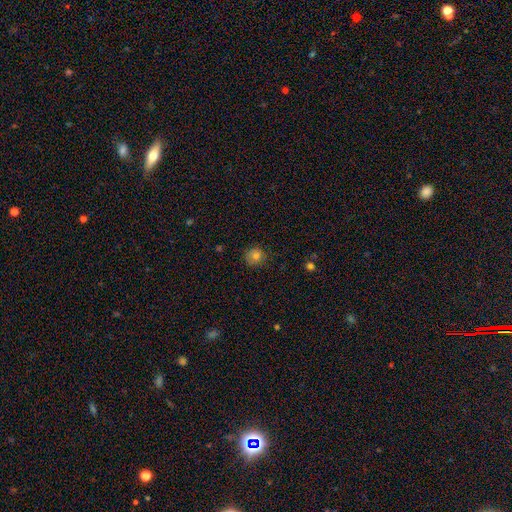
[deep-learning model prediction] smooth 78%, star or artifact 13%, featured or disk 9%. Down the decision tree: how rounded — round (86%); merging — none (81%).